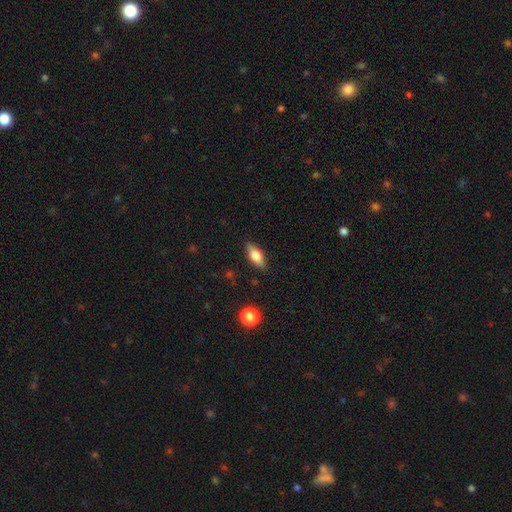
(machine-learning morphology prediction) Smooth or featured?
  - smooth: 62% *
  - featured or disk: 30%
  - star or artifact: 8%
How rounded?
  - in between: 71% *
  - cigar-shaped: 25%
  - round: 4%
Merging?
  - none: 85% *
  - minor disturbance: 11%
  - major disturbance: 3%
  - merger: 1%